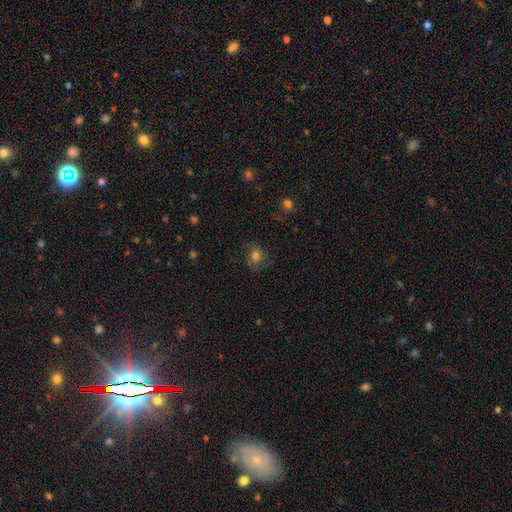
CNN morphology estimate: This appears to be a smooth galaxy with no disk features (54%) that is round (62%). Merging: none (65%).